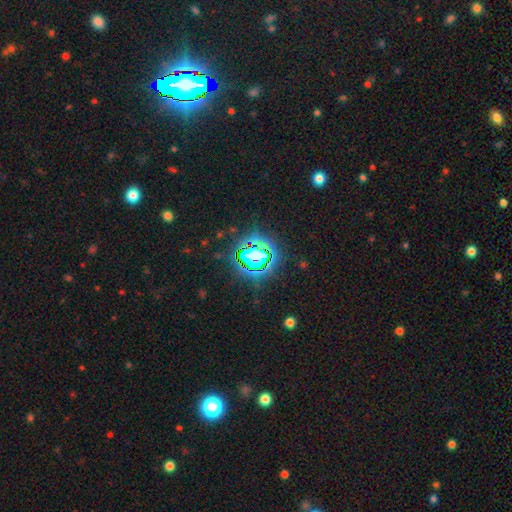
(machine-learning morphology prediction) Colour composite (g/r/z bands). It shows a star or artifact, not a galaxy (72%).